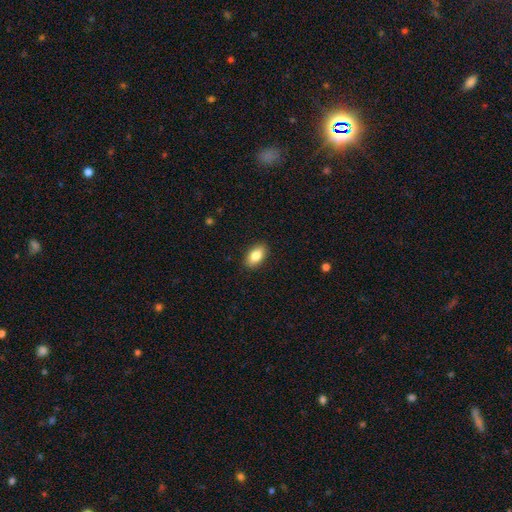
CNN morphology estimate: Smooth or featured? smooth (83%)
How rounded? in between (91%)
Merging? none (89%)